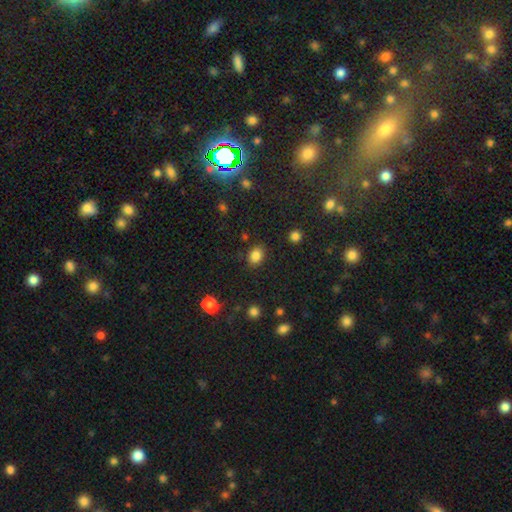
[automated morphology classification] This is clearly a smooth galaxy (84%). How rounded: possibly in between (55%). Merging: clearly none (85%).